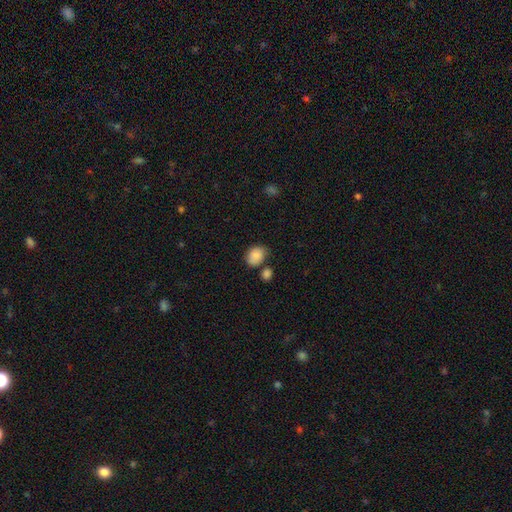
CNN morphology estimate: A smooth galaxy with no disk features (86%) that is in between round and cigar-shaped (59%).

Vote fractions:
- Smooth or featured? smooth: 86% / star or artifact: 8% / featured or disk: 6%
- How rounded? in between: 59% / round: 40% / cigar-shaped: 1%
- Merging? none: 61% / minor disturbance: 21% / merger: 13% / major disturbance: 5%